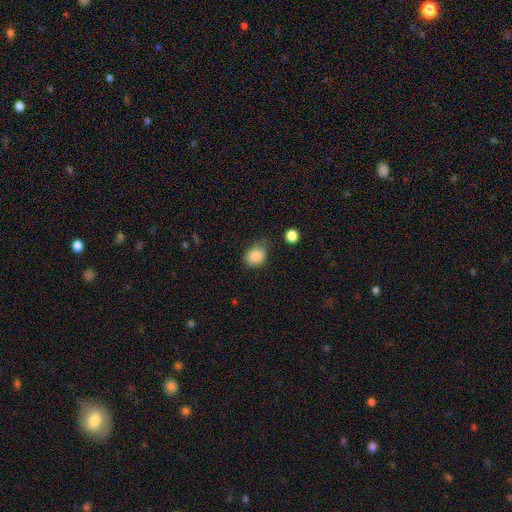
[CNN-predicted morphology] Smooth or featured?
  - smooth: 86% *
  - star or artifact: 9%
  - featured or disk: 4%
How rounded?
  - round: 51% *
  - in between: 48%
  - cigar-shaped: 1%
Merging?
  - none: 63% *
  - minor disturbance: 27%
  - major disturbance: 6%
  - merger: 3%